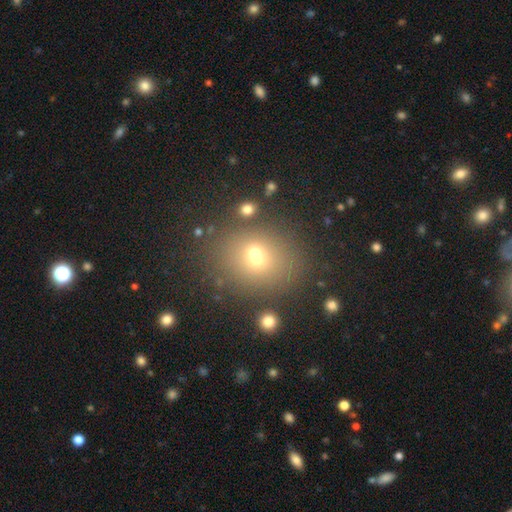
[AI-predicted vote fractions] smooth-or-featured: smooth: 62% | star or artifact: 23% | featured or disk: 15%
  how-rounded: round: 52% | in between: 47% | cigar-shaped: 1%
  merging: none: 74% | minor disturbance: 11% | merger: 10% | major disturbance: 5%